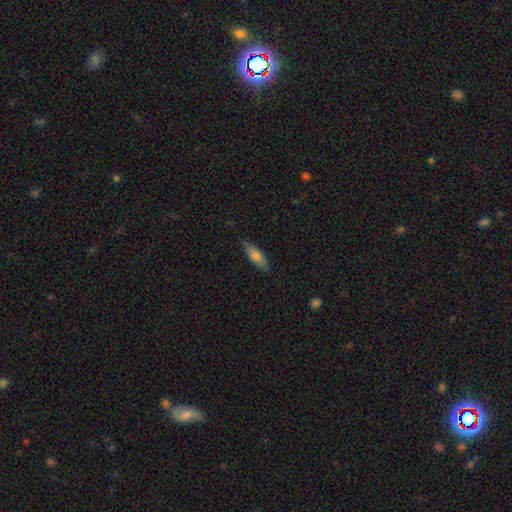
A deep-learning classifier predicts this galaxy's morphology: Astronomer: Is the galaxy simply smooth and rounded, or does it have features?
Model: smooth — 70%.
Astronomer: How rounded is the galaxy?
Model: cigar-shaped — 51% (runner-up: in between, 47%).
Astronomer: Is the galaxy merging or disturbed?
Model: none — 84%.